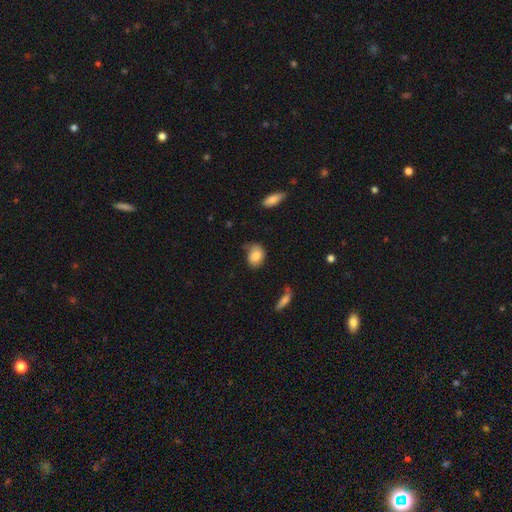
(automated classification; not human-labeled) Smooth or featured? smooth (81%)
How rounded? in between (62%)
Merging? none (56%)